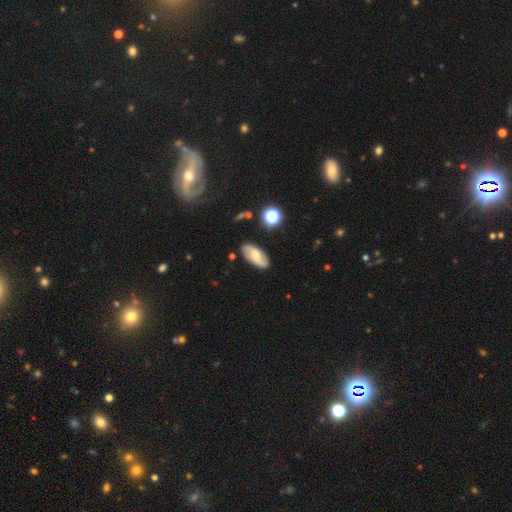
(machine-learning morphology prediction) This is possibly a featured or disk galaxy (52%). It is clearly not viewed edge-on (91%). Merging: clearly none (84%).